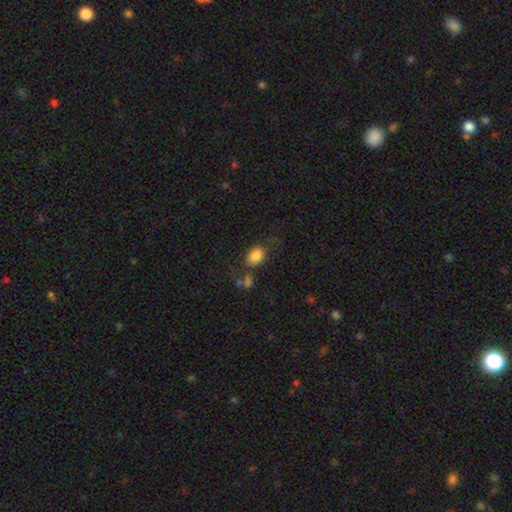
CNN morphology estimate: This appears to be a smooth galaxy with no disk features (83%) that is in between round and cigar-shaped (73%). Merging: none (60%).